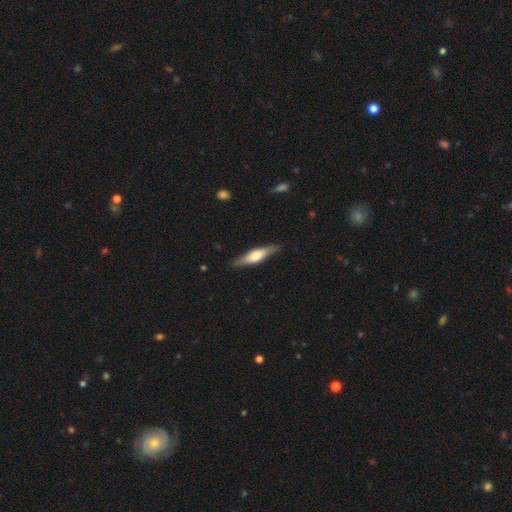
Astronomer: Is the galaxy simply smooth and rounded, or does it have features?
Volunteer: featured or disk — 56% (runner-up: smooth, 38%).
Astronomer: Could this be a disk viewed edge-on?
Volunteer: yes — 95%.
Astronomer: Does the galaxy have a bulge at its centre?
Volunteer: rounded — 90%.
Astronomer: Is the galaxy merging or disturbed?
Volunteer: none — 89%.